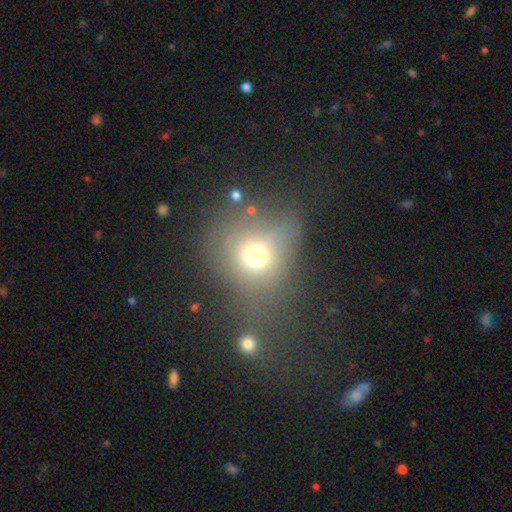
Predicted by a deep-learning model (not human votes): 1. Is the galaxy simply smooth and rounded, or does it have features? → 63% smooth, 19% star or artifact, 18% featured or disk.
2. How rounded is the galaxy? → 70% round, 28% in between, 2% cigar-shaped.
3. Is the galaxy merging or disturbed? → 39% none, 23% major disturbance, 21% minor disturbance, 17% merger.